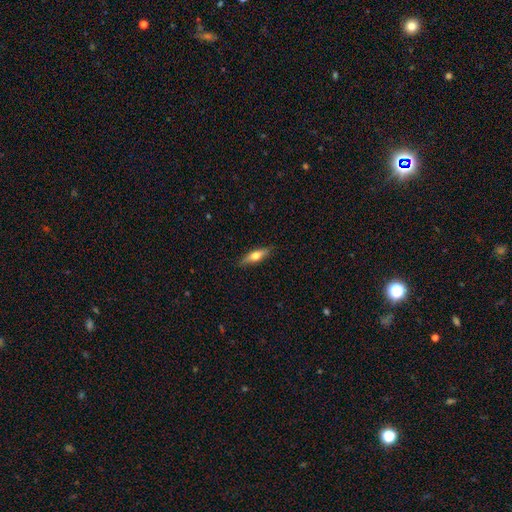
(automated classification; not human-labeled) Smooth or featured?
  - smooth: 54% *
  - featured or disk: 40%
  - star or artifact: 6%
How rounded?
  - cigar-shaped: 59% *
  - in between: 38%
  - round: 3%
Merging?
  - none: 86% *
  - minor disturbance: 11%
  - major disturbance: 2%
  - merger: 1%